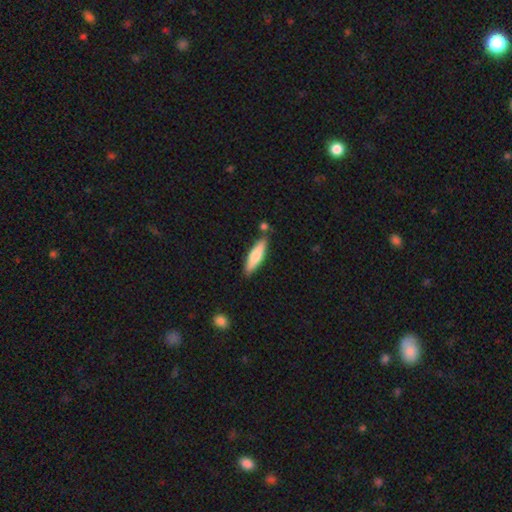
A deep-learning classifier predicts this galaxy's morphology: Overall: smooth (70%). How rounded: cigar-shaped (72%). Merging: none (79%).